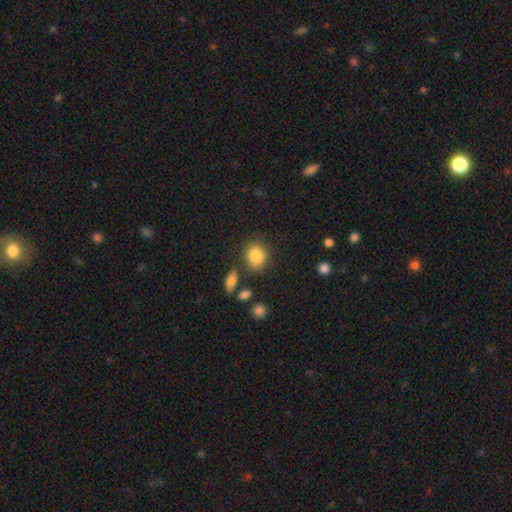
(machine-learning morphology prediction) Smooth or featured?
  - smooth: 85% *
  - star or artifact: 9%
  - featured or disk: 6%
How rounded?
  - round: 65% *
  - in between: 34%
  - cigar-shaped: 1%
Merging?
  - none: 76% *
  - minor disturbance: 13%
  - merger: 7%
  - major disturbance: 4%